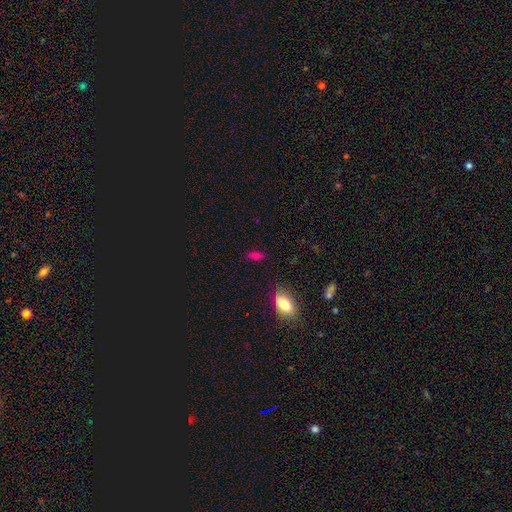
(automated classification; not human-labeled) Overall: smooth (74%). How rounded: in between (77%). Merging: none (74%).